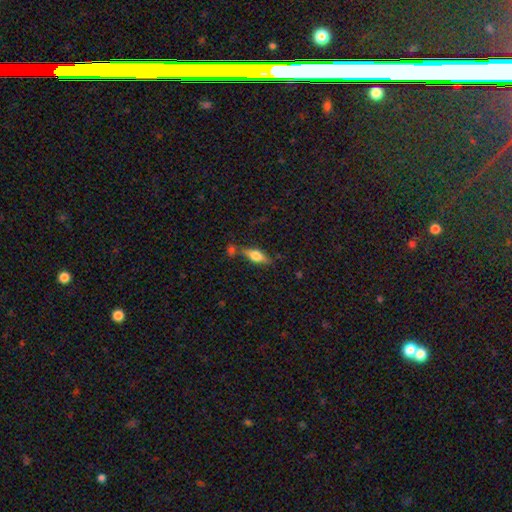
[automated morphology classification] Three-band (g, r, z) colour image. It shows a smooth galaxy with no disk features (53%) that is in between round and cigar-shaped (61%). Merging: none (66%).